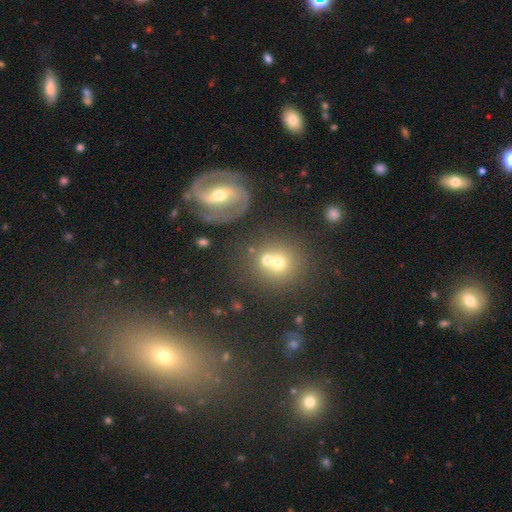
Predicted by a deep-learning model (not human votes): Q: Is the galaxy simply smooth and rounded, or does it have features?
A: smooth — 54%.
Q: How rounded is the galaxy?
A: round — 84%.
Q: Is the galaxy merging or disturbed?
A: none — 63%.